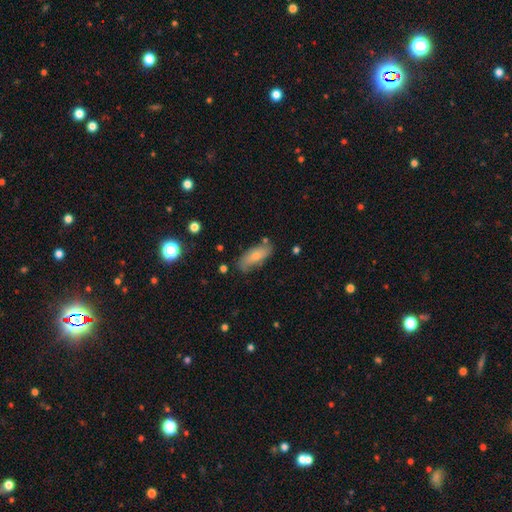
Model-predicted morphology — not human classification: A smooth galaxy with no disk features (76%) that is in between round and cigar-shaped (78%). Merging: none (70%).